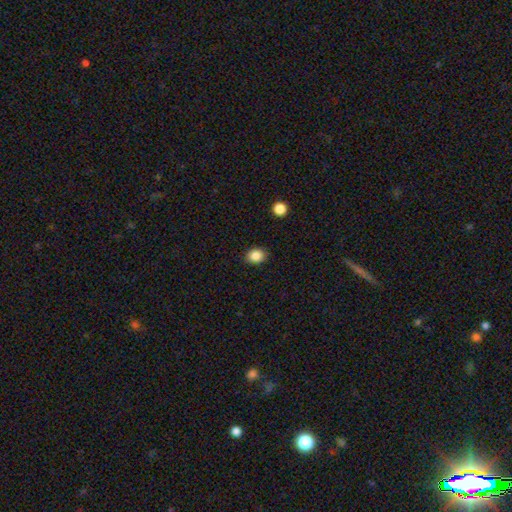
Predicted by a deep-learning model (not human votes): smooth_or_featured: smooth (p=0.86) [alt: star or artifact p=0.10]
how_rounded: round (p=0.54) [alt: in between p=0.46]
merging: none (p=0.89) [alt: minor disturbance p=0.08]